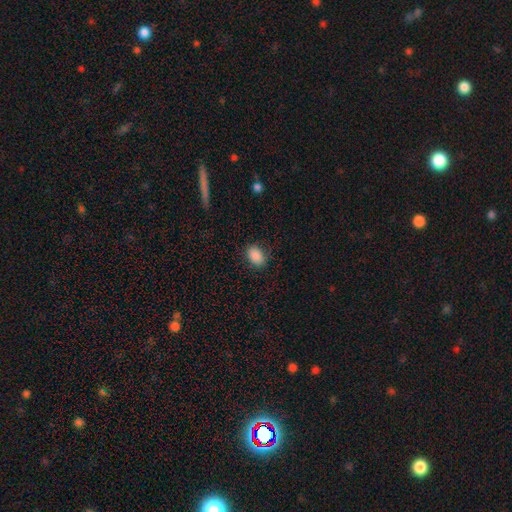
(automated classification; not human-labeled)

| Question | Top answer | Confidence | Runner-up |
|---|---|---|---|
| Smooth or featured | smooth | 88% | star or artifact (9%) |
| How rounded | in between | 79% | round (20%) |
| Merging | none | 82% | minor disturbance (13%) |